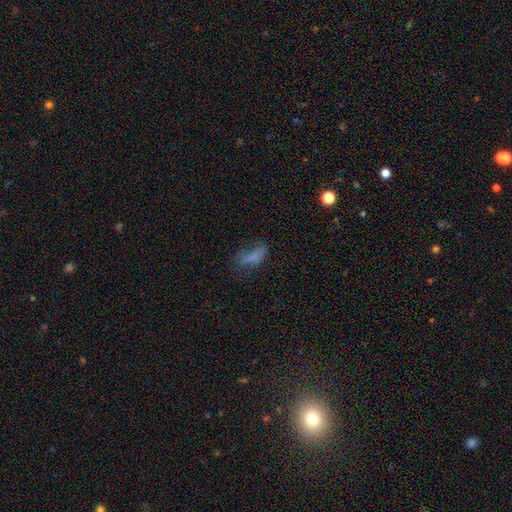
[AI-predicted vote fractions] Overall: smooth (60%; featured or disk 22%). How rounded: in between (69%). Merging: none (40%; major disturbance 29%).